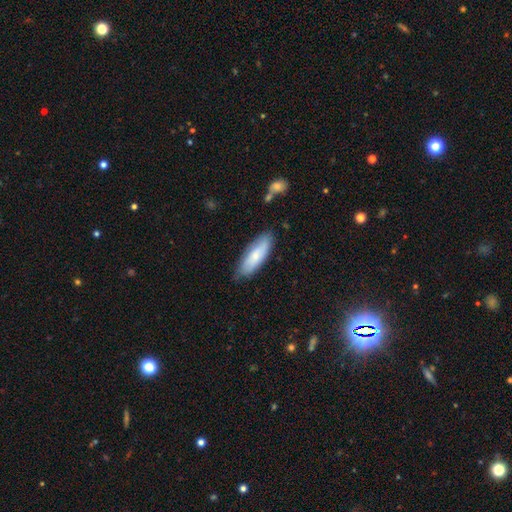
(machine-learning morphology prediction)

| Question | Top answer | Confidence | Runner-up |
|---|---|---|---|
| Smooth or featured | smooth | 73% | featured or disk (21%) |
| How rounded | in between | 57% | cigar-shaped (42%) |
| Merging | none | 76% | minor disturbance (19%) |